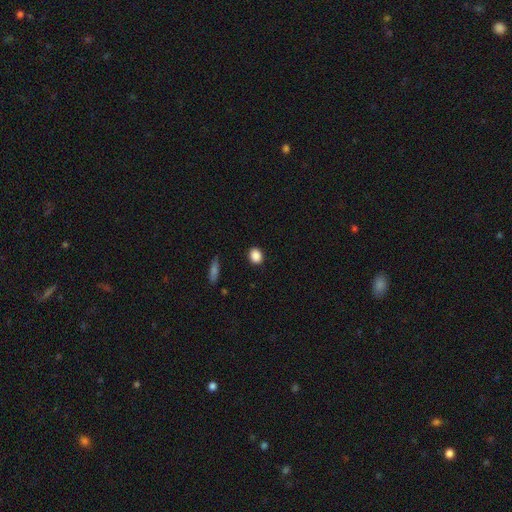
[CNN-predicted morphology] A smooth galaxy with no disk features (88%) that is round (59%). Merging: none (89%).